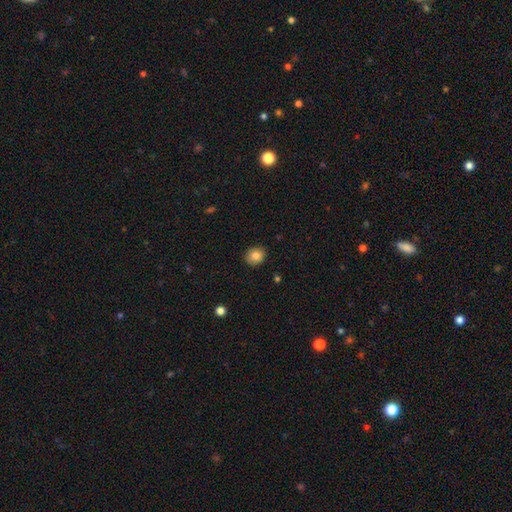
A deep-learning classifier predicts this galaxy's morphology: This appears to be a smooth galaxy with no disk features (84%) that is round (81%). Merging: none (89%).